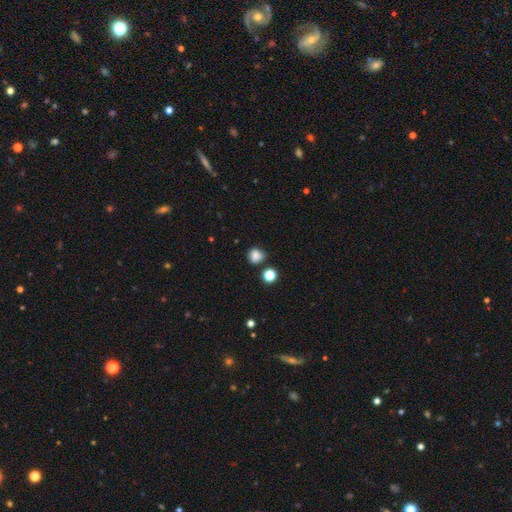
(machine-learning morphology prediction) A smooth galaxy with no disk features (83%) that is round (83%).

Vote fractions:
- Smooth or featured? smooth: 83% / star or artifact: 12% / featured or disk: 4%
- How rounded? round: 83% / in between: 16% / cigar-shaped: 1%
- Merging? none: 78% / minor disturbance: 13% / merger: 6% / major disturbance: 3%